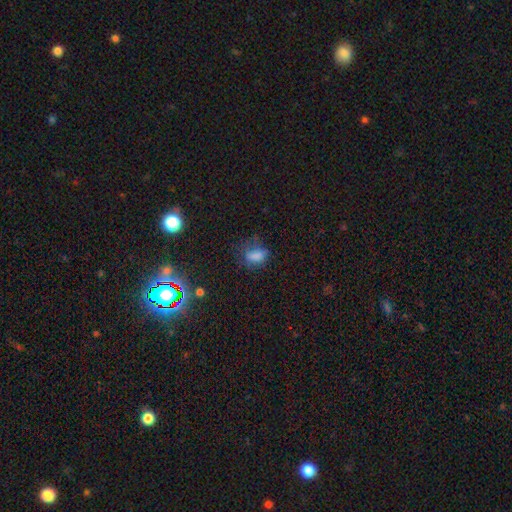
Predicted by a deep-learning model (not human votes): smooth 71%, star or artifact 17%, featured or disk 12%. Down the decision tree: how rounded — in between (79%); merging — none (46%).